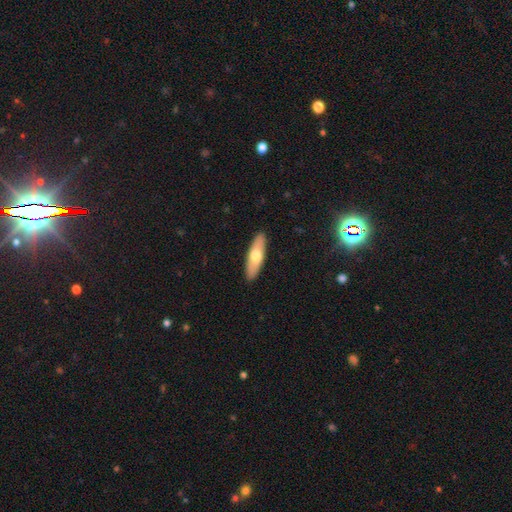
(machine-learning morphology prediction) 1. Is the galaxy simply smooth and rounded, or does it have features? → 63% smooth, 32% featured or disk, 5% star or artifact.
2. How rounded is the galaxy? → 53% cigar-shaped, 45% in between, 2% round.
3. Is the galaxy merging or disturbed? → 91% none, 7% minor disturbance, 2% major disturbance, 1% merger.